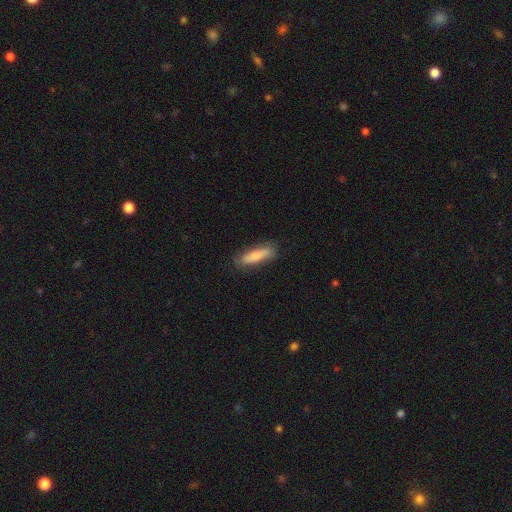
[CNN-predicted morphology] Q: Smooth or featured?
A: smooth (74%); runner-up: featured or disk (20%)
Q: How rounded?
A: cigar-shaped (67%); runner-up: in between (31%)
Q: Merging?
A: none (79%); runner-up: minor disturbance (16%)